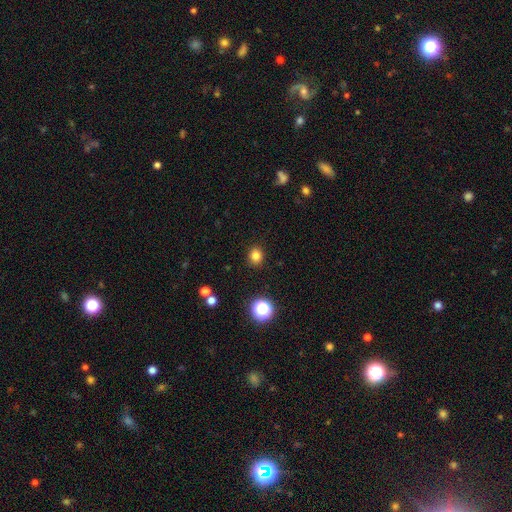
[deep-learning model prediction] smooth-or-featured: smooth: 82% | star or artifact: 14% | featured or disk: 4%
  how-rounded: round: 80% | in between: 19% | cigar-shaped: 1%
  merging: none: 90% | minor disturbance: 6% | major disturbance: 2% | merger: 1%